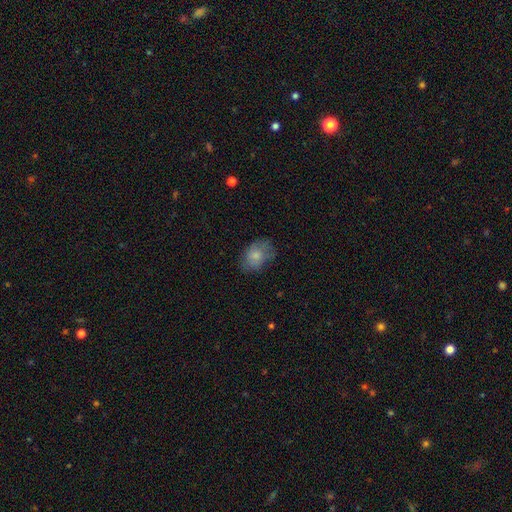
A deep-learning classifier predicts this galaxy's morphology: smooth-or-featured: smooth: 77% | featured or disk: 16% | star or artifact: 8%
  how-rounded: in between: 78% | round: 21% | cigar-shaped: 1%
  merging: none: 63% | minor disturbance: 26% | major disturbance: 10% | merger: 1%